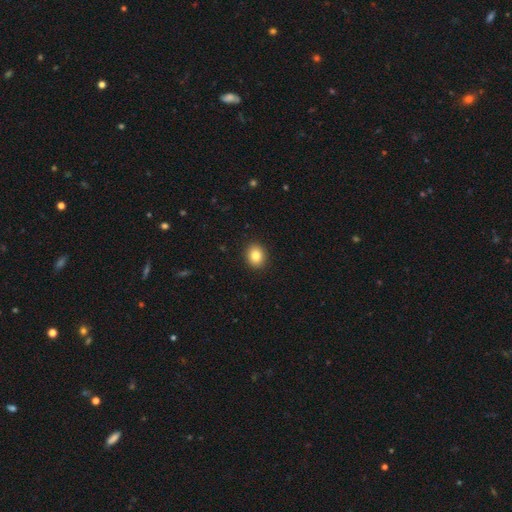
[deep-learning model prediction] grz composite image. It shows a smooth galaxy with no disk features (84%) that is round (64%). Merging: none (92%).